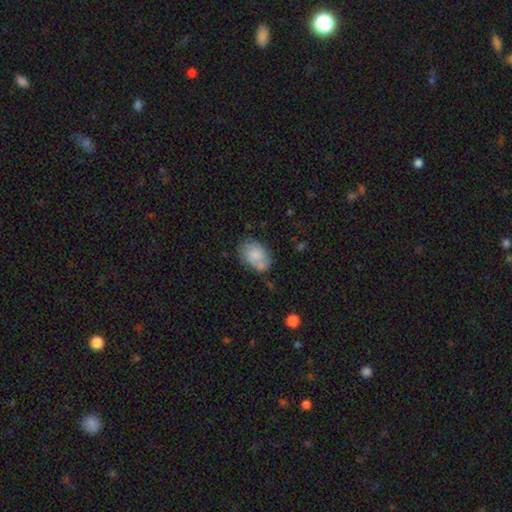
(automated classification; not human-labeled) Overall: smooth (67%). How rounded: in between (77%). Merging: none (53%; minor disturbance 23%).